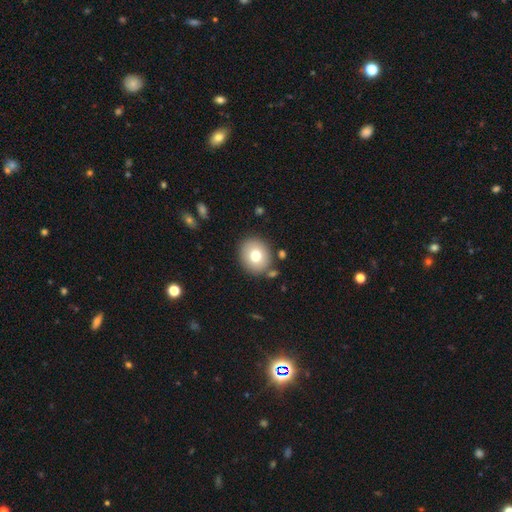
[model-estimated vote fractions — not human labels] This appears to be a smooth galaxy with no disk features (74%) that is round (70%). Merging: none (84%).